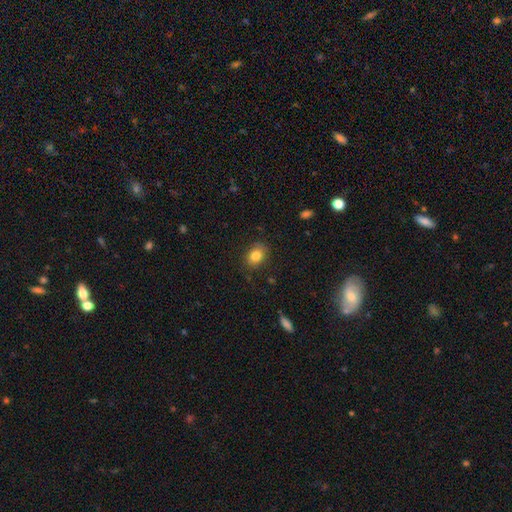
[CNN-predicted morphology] smooth-or-featured: smooth: 83% | star or artifact: 9% | featured or disk: 7%
  how-rounded: in between: 61% | round: 38% | cigar-shaped: 1%
  merging: none: 81% | minor disturbance: 14% | major disturbance: 4% | merger: 1%